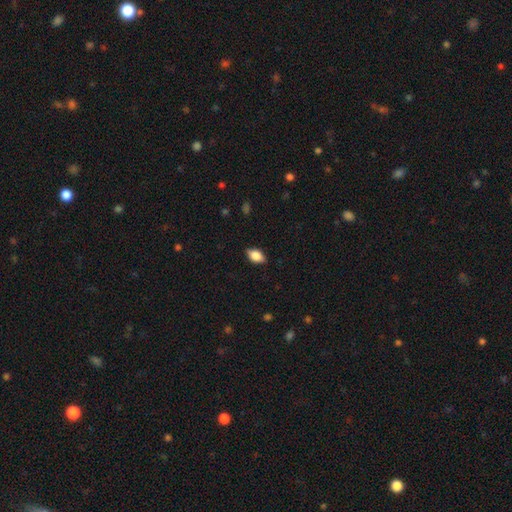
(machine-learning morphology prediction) Smooth or featured? smooth (81%)
How rounded? in between (88%)
Merging? none (84%)